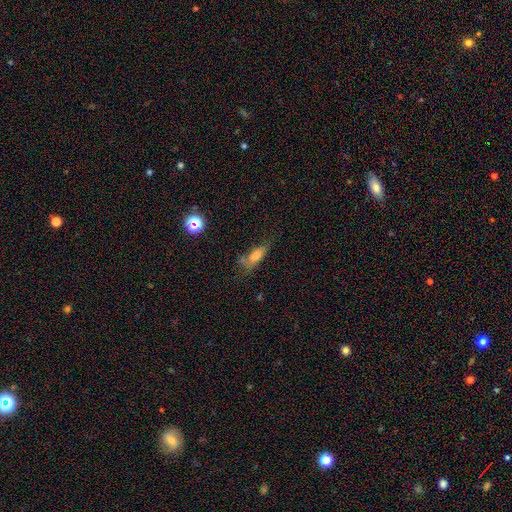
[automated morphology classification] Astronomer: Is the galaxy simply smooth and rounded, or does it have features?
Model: smooth — 64%.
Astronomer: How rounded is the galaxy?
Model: in between — 61%.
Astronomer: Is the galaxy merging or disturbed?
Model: none — 46% (runner-up: minor disturbance, 28%).